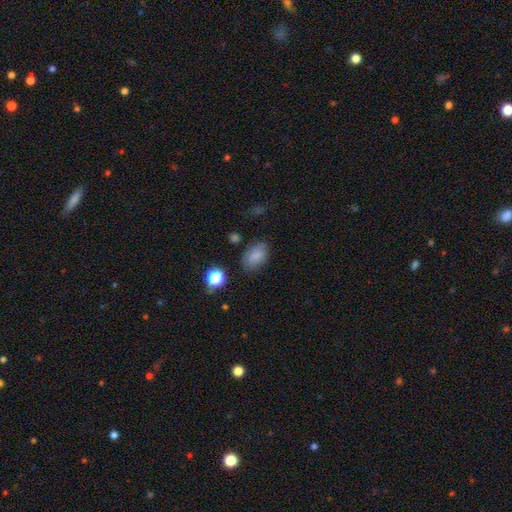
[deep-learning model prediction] Q: Smooth or featured?
A: smooth (82%); runner-up: star or artifact (11%)
Q: How rounded?
A: in between (87%); runner-up: round (12%)
Q: Merging?
A: none (77%); runner-up: minor disturbance (16%)